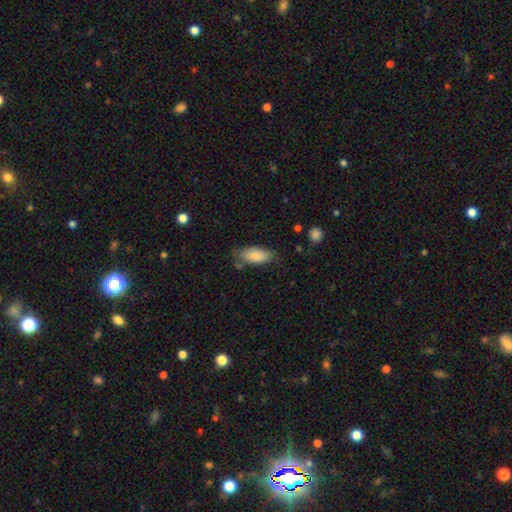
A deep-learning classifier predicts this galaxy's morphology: A smooth galaxy with no disk features (83%) that is in between round and cigar-shaped (88%). Merging: none (64%).